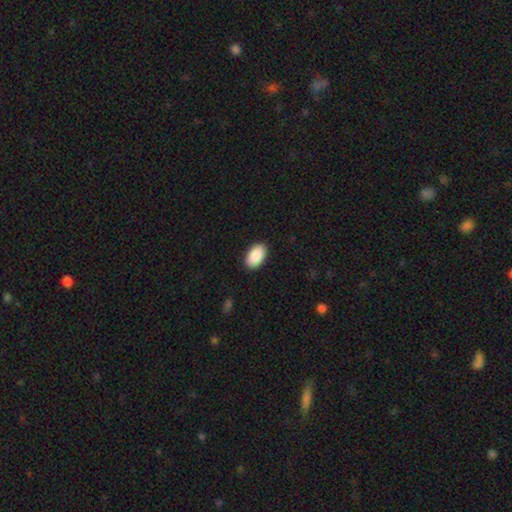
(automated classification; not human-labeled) A smooth galaxy with no disk features (90%) that is in between round and cigar-shaped (95%).

Vote fractions:
- Smooth or featured? smooth: 90% / star or artifact: 6% / featured or disk: 4%
- How rounded? in between: 95% / round: 4% / cigar-shaped: 1%
- Merging? none: 90% / minor disturbance: 7% / major disturbance: 2% / merger: 1%